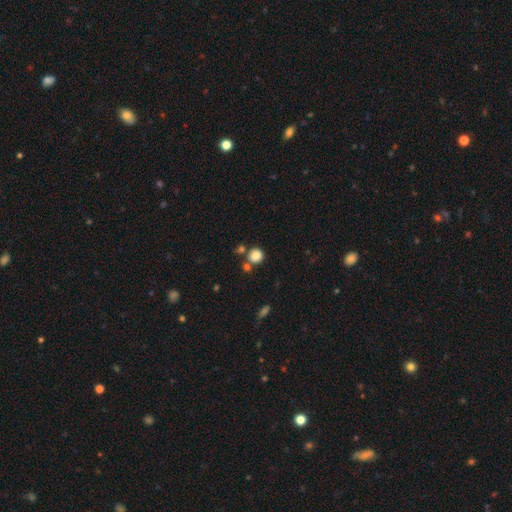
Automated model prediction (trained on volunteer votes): smooth 84%, star or artifact 11%, featured or disk 5%. Down the decision tree: how rounded — round (89%); merging — none (69%).